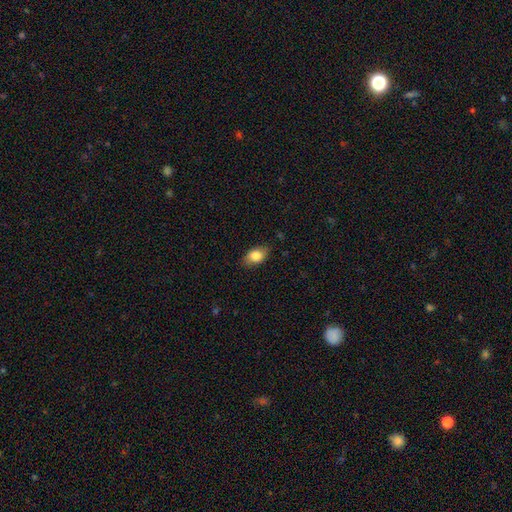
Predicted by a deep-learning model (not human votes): smooth 82%, featured or disk 10%, star or artifact 8%. Down the decision tree: how rounded — in between (85%); merging — none (82%).